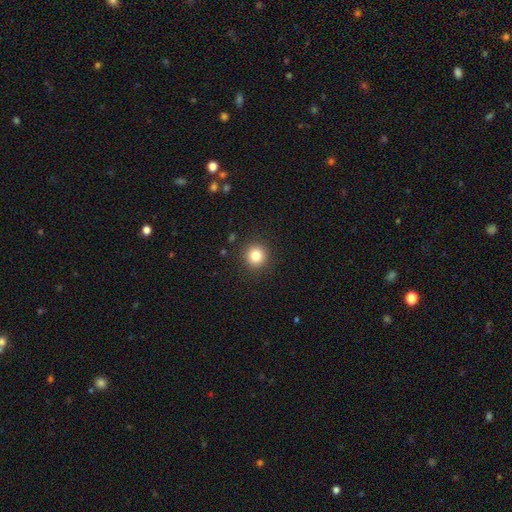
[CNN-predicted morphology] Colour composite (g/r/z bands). It shows a smooth galaxy with no disk features (83%) that is round (93%). Merging: none (91%).